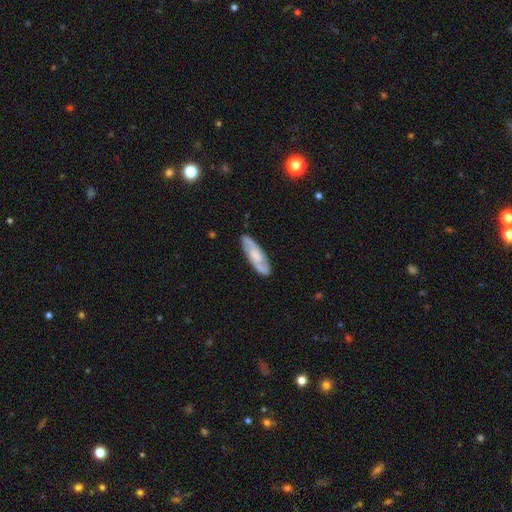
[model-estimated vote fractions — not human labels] Overall: featured or disk (70%). Edge-on disk: no (85%). Bar: no (54%; weak 36%). Spiral arms: yes (92%). Spiral arm count: 2 (84%). Spiral winding: medium (47%; tight 36%). Bulge size: none (31%; moderate 27%). Merging: none (85%).